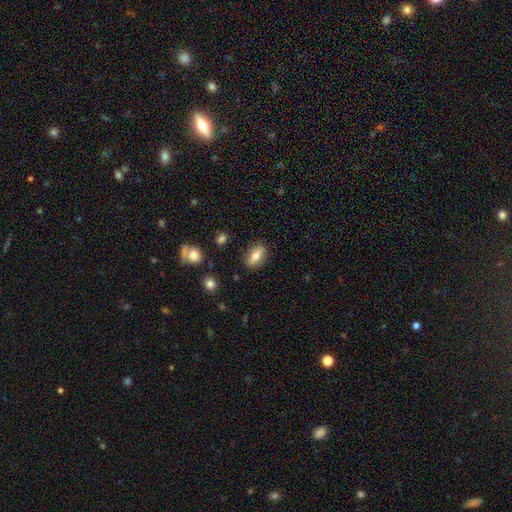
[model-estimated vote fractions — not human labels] Overall: smooth (68%). How rounded: in between (79%). Merging: none (86%).